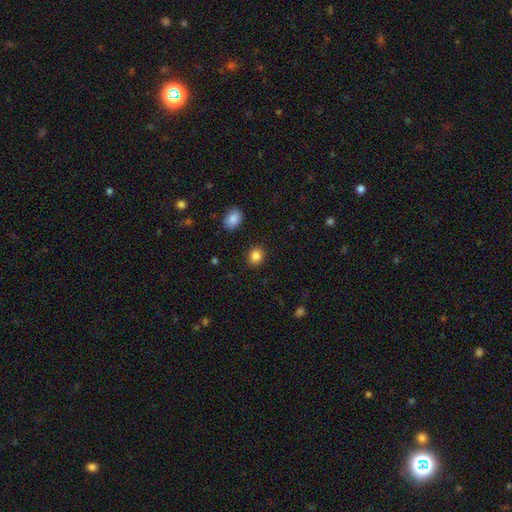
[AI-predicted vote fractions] A smooth galaxy with no disk features (86%) that is round (64%).

Vote fractions:
- Smooth or featured? smooth: 86% / star or artifact: 10% / featured or disk: 4%
- How rounded? round: 64% / in between: 35% / cigar-shaped: 1%
- Merging? none: 89% / minor disturbance: 7% / major disturbance: 2% / merger: 2%